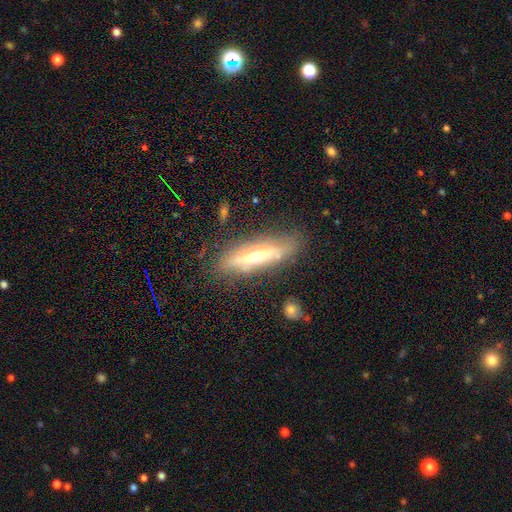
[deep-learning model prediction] Q: Smooth or featured?
A: featured or disk (61%); runner-up: smooth (32%)
Q: Edge-on disk?
A: yes (78%); runner-up: no (22%)
Q: Merging?
A: none (74%); runner-up: minor disturbance (17%)